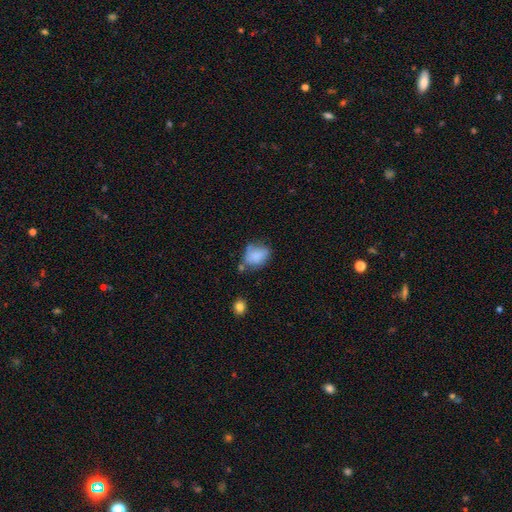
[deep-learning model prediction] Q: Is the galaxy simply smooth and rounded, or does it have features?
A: smooth — 80%.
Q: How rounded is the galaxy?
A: in between — 72%.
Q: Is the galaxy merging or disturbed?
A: none — 48%.